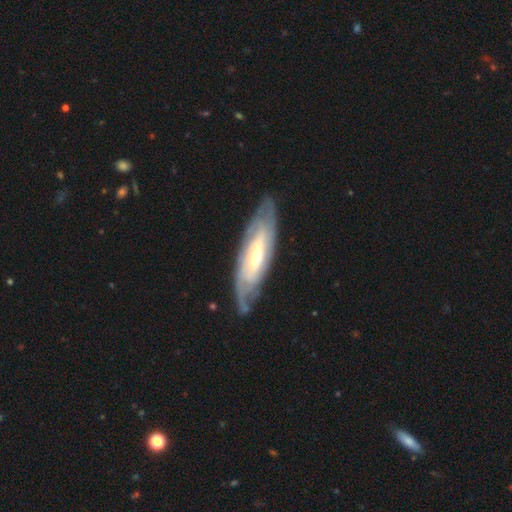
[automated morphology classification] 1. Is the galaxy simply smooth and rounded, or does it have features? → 78% featured or disk, 17% smooth, 5% star or artifact.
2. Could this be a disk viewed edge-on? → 78% no, 22% yes.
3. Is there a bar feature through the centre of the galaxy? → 46% no, 34% weak, 20% strong.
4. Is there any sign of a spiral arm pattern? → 86% yes, 14% no.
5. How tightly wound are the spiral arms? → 67% tight, 25% medium, 8% loose.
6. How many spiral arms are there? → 55% can't tell, 25% 2, 8% 3, 5% 4, 4% more than 4, 4% 1.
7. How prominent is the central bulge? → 50% small, 43% moderate, 4% large, 1% none, 1% dominant.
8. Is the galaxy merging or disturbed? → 74% none, 18% minor disturbance, 6% major disturbance, 2% merger.